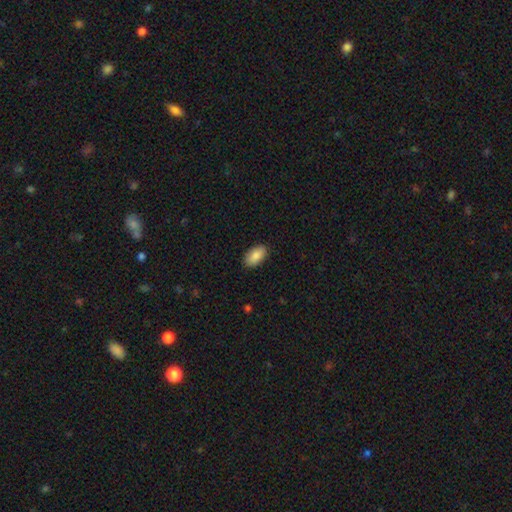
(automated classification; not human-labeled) smooth-or-featured: smooth: 87% | star or artifact: 7% | featured or disk: 6%
  how-rounded: in between: 94% | round: 3% | cigar-shaped: 3%
  merging: none: 88% | minor disturbance: 9% | major disturbance: 2% | merger: 1%